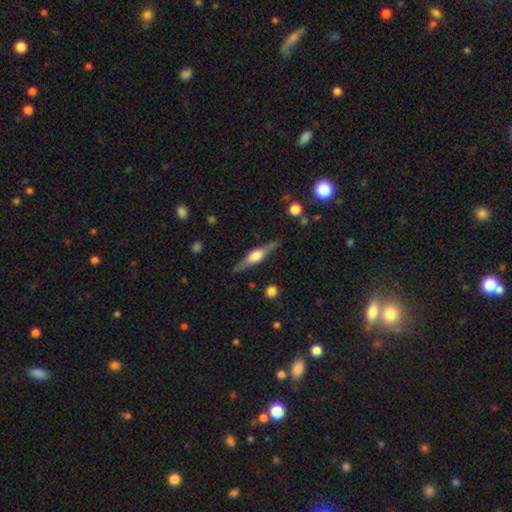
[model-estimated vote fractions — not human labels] Smooth or featured? Predicted: featured or disk (p=0.73). Edge-on disk? Predicted: yes (p=0.96). Edge-on bulge? Predicted: rounded (p=0.81). Merging? Predicted: none (p=0.83).